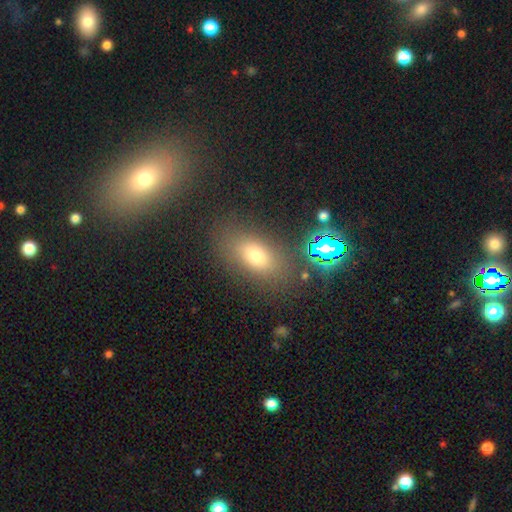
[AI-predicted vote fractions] smooth 68%, star or artifact 19%, featured or disk 12%. Down the decision tree: how rounded — in between (82%); merging — none (81%).